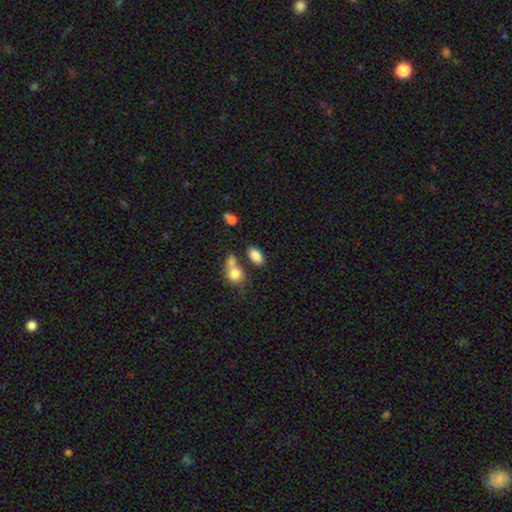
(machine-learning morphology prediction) Smooth or featured? Predicted: smooth (p=0.85). How rounded? Predicted: in between (p=0.90). Merging? Predicted: none (p=0.62).